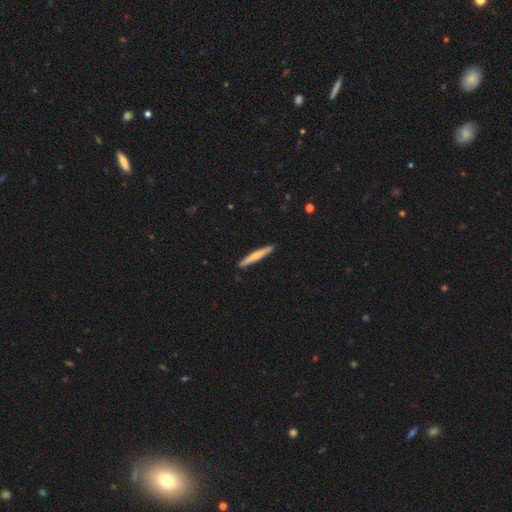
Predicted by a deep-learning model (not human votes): Smooth or featured? Predicted: smooth (p=0.57). How rounded? Predicted: cigar-shaped (p=0.96). Merging? Predicted: none (p=0.90).